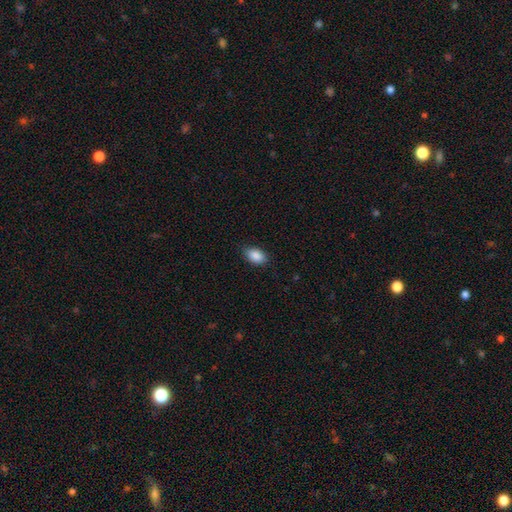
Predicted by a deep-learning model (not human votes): The model was most divided on "merging": none: 81%, minor disturbance: 15%, major disturbance: 3%, merger: 1%. More confident: smooth or featured — smooth (89%); how rounded — in between (88%).